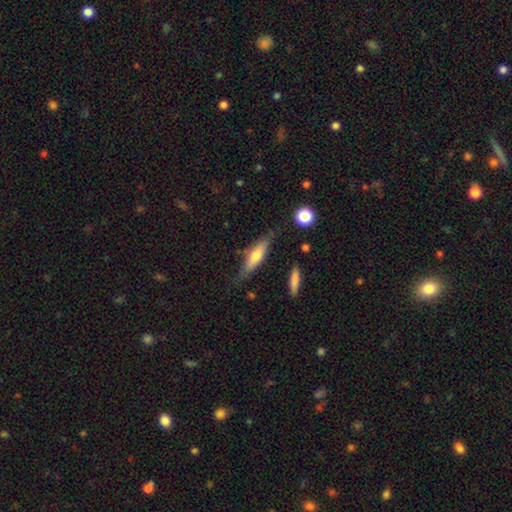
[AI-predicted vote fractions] Smooth or featured?
  - smooth: 57% *
  - featured or disk: 37%
  - star or artifact: 6%
How rounded?
  - cigar-shaped: 66% *
  - in between: 32%
  - round: 2%
Merging?
  - none: 72% *
  - minor disturbance: 19%
  - major disturbance: 5%
  - merger: 4%